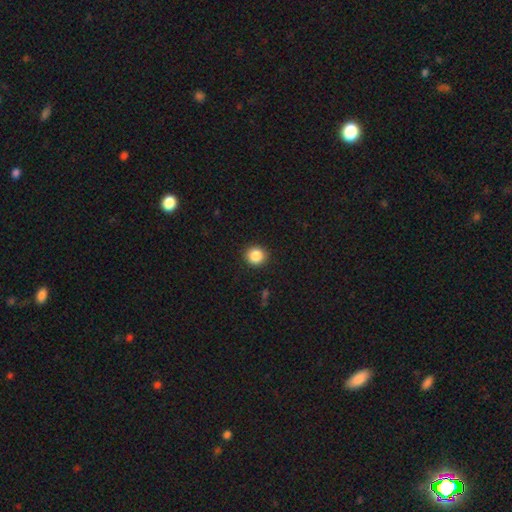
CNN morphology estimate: The model was most divided on "smooth or featured": smooth: 87%, star or artifact: 10%, featured or disk: 3%. More confident: how rounded — round (92%); merging — none (92%).